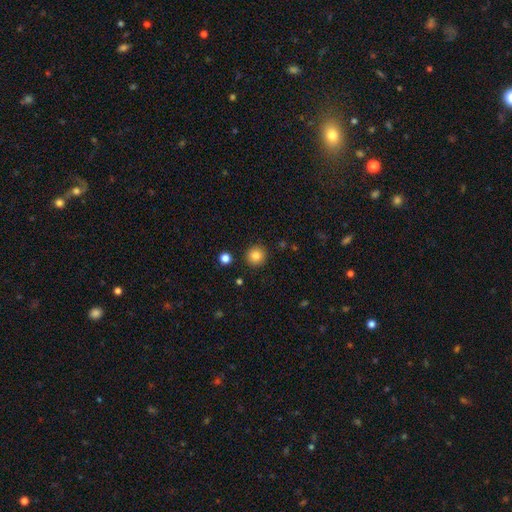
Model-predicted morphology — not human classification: A smooth galaxy with no disk features (84%) that is round (95%).

Vote fractions:
- Smooth or featured? smooth: 84% / star or artifact: 10% / featured or disk: 6%
- How rounded? round: 95% / in between: 4% / cigar-shaped: 1%
- Merging? none: 91% / minor disturbance: 5% / major disturbance: 2% / merger: 2%